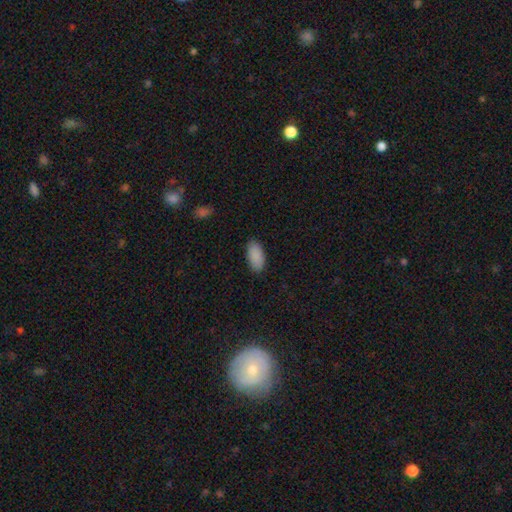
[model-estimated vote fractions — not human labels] Overall: smooth (90%). How rounded: in between (94%). Merging: none (87%).